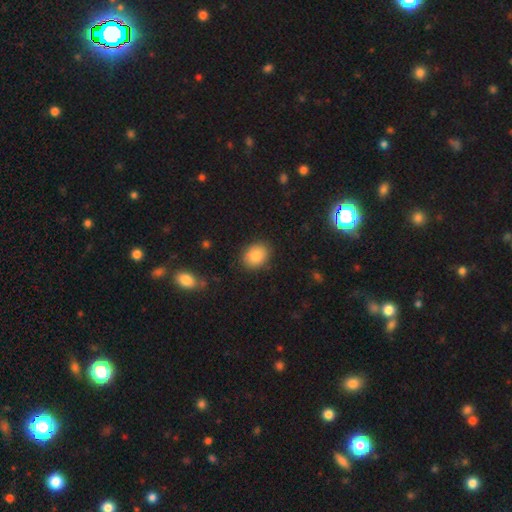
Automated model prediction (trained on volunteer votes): Smooth or featured?
  - smooth: 84% *
  - star or artifact: 8%
  - featured or disk: 7%
How rounded?
  - in between: 54% *
  - round: 45%
  - cigar-shaped: 1%
Merging?
  - none: 86% *
  - minor disturbance: 10%
  - major disturbance: 2%
  - merger: 1%